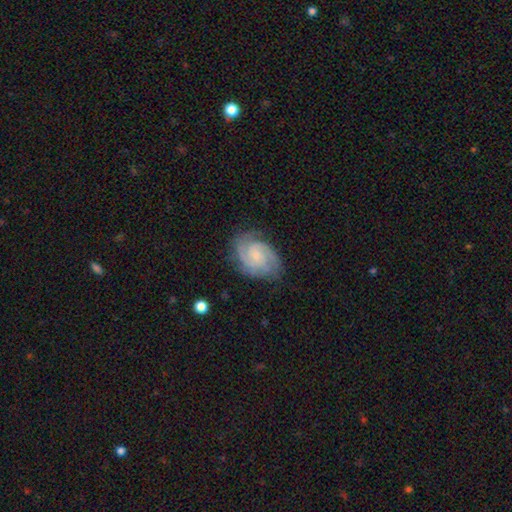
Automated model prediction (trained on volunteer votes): Smooth or featured? featured or disk (85%)
Edge-on disk? no (98%)
Bar? no (60%)
Spiral arms? yes (97%)
Spiral winding? tight (57%)
Spiral arm count? 2 (59%)
Bulge size? small (65%)
Merging? none (76%)